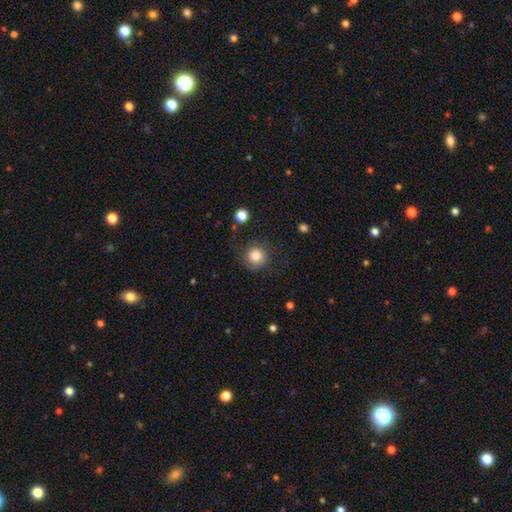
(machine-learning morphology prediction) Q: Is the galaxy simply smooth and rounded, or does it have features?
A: smooth — 83%.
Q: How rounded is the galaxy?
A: round — 92%.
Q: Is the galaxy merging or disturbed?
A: none — 79%.